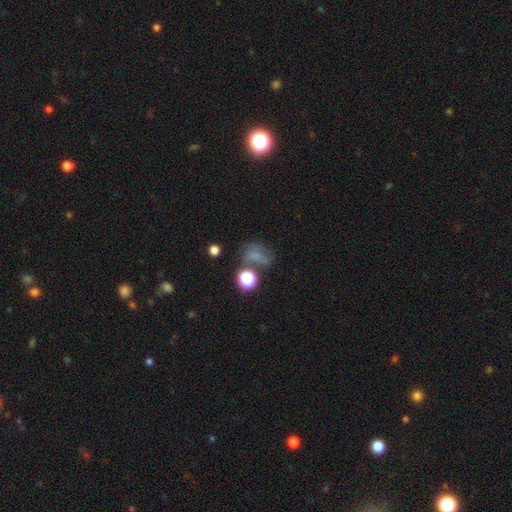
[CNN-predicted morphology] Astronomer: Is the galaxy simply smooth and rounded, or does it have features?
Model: smooth — 52%.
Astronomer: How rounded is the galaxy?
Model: in between — 56% (runner-up: round, 42%).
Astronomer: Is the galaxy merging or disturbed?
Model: none — 37% (runner-up: major disturbance, 26%).